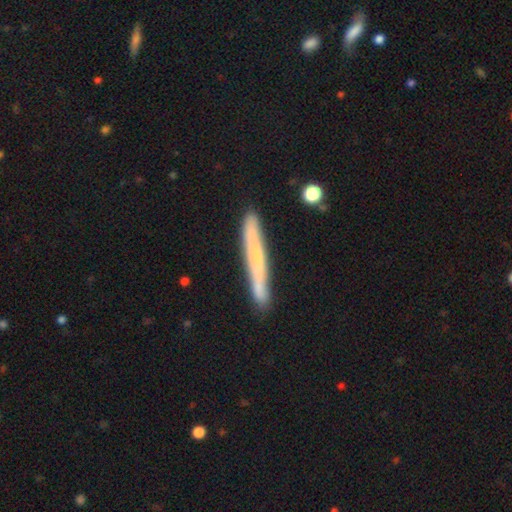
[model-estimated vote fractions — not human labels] Morphology: type=smooth (56%); roundness=cigar-shaped (96%); merging=none (83%).